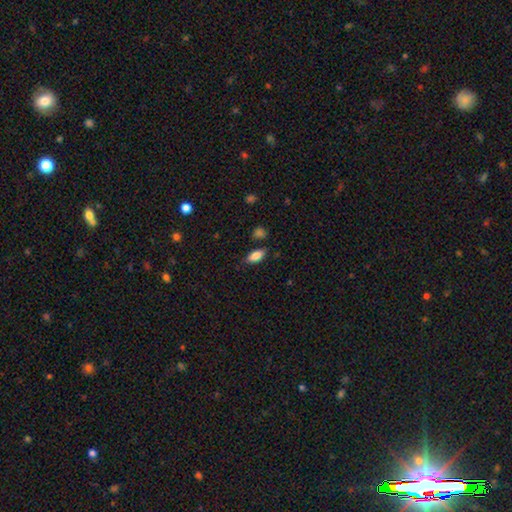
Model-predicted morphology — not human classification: Smooth or featured? Predicted: smooth (p=0.80). How rounded? Predicted: in between (p=0.83). Merging? Predicted: none (p=0.80).